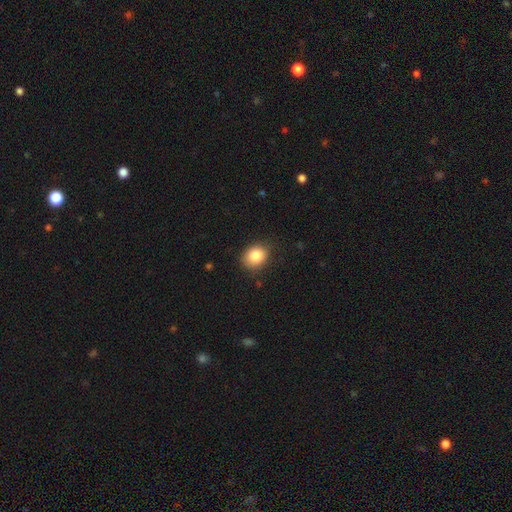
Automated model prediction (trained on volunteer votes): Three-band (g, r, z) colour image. It shows a smooth galaxy with no disk features (84%) that is round (55%). Merging: none (80%).